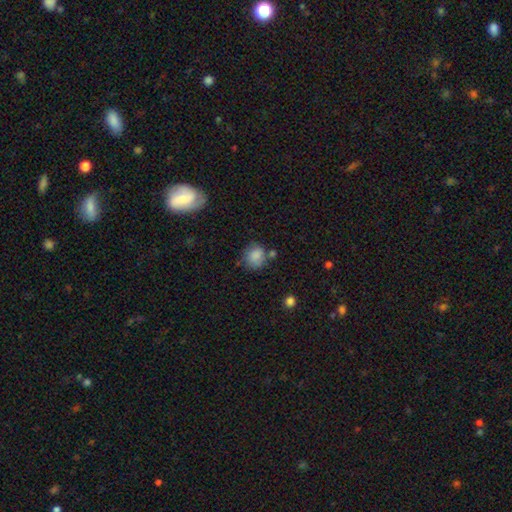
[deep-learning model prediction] Smooth or featured? Predicted: smooth (p=0.83). How rounded? Predicted: round (p=0.76). Merging? Predicted: none (p=0.60).